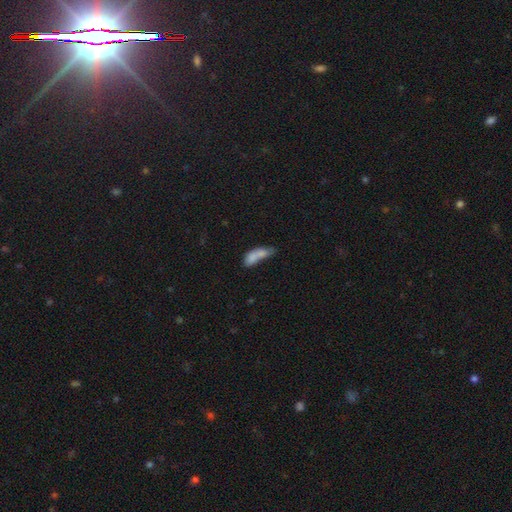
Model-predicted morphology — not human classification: The model was most divided on "merging": merger: 36%, none: 26%, minor disturbance: 22%, major disturbance: 16%. More confident: smooth or featured — smooth (74%); how rounded — in between (65%).